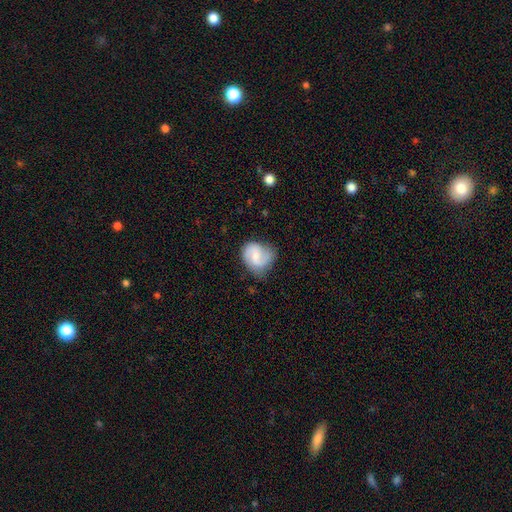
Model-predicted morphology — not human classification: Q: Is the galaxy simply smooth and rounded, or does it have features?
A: featured or disk — 63%.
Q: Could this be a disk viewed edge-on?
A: no — 98%.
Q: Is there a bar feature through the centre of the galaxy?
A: weak — 52%.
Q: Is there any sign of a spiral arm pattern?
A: yes — 92%.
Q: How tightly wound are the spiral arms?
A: medium — 48%.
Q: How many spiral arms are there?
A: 2 — 81%.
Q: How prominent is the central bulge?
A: small — 44%.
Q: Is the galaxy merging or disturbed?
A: none — 59%.